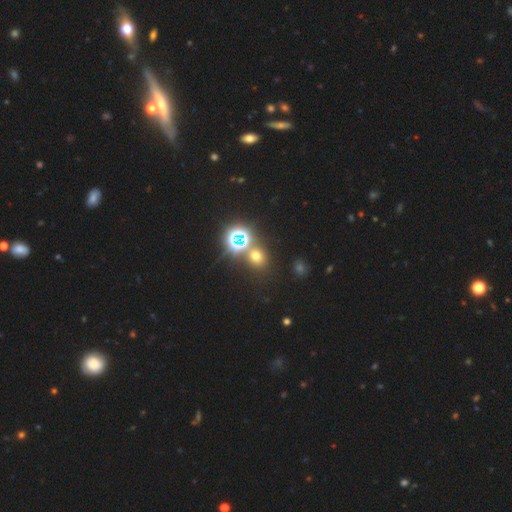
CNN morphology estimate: Smooth or featured?
  - smooth: 50% *
  - star or artifact: 42%
  - featured or disk: 8%
How rounded?
  - round: 76% *
  - in between: 23%
  - cigar-shaped: 1%
Merging?
  - none: 77% *
  - merger: 11%
  - minor disturbance: 8%
  - major disturbance: 4%